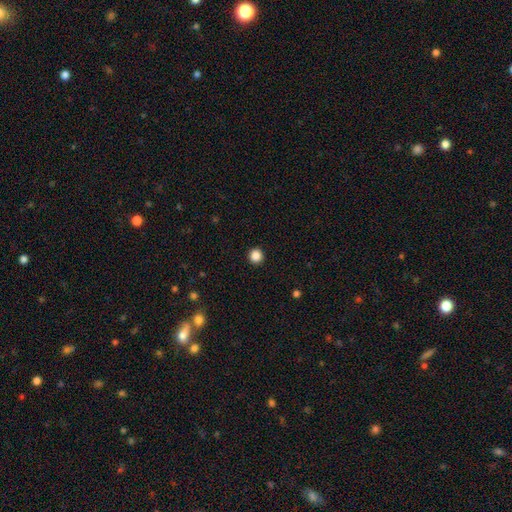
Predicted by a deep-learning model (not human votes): Smooth or featured? smooth (87%)
How rounded? round (95%)
Merging? none (93%)